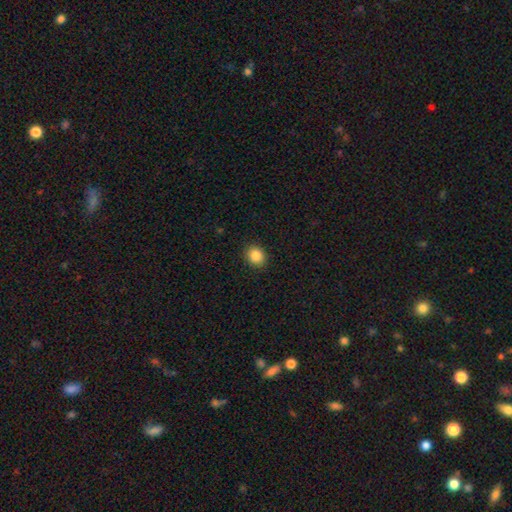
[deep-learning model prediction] Smooth or featured: smooth — 86% (star or artifact — 10%)
How rounded: round — 71% (in between — 28%)
Merging: none — 90% (minor disturbance — 7%)